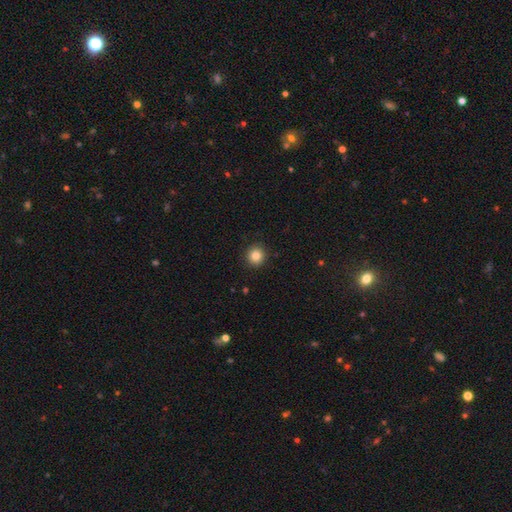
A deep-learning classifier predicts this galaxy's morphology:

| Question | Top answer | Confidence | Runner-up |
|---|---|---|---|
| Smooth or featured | smooth | 84% | star or artifact (10%) |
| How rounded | round | 93% | in between (6%) |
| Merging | none | 91% | minor disturbance (6%) |